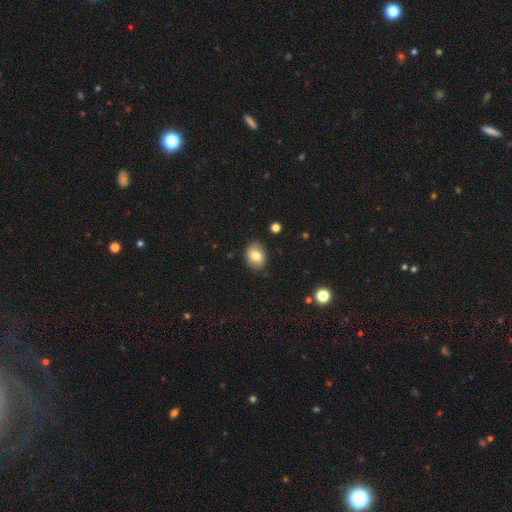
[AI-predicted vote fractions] A smooth galaxy with no disk features (80%) that is in between round and cigar-shaped (67%). Merging: none (82%).